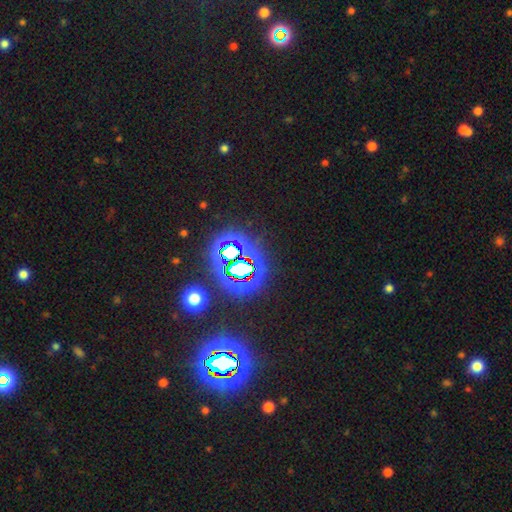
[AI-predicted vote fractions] This is clearly a star or artifact rather than a galaxy (81%).